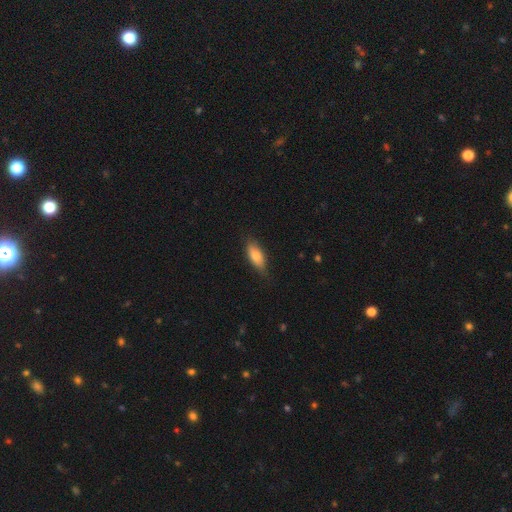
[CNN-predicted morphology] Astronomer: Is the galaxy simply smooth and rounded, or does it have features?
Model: smooth — 76%.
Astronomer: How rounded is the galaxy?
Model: in between — 72%.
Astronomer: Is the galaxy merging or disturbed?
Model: none — 77%.